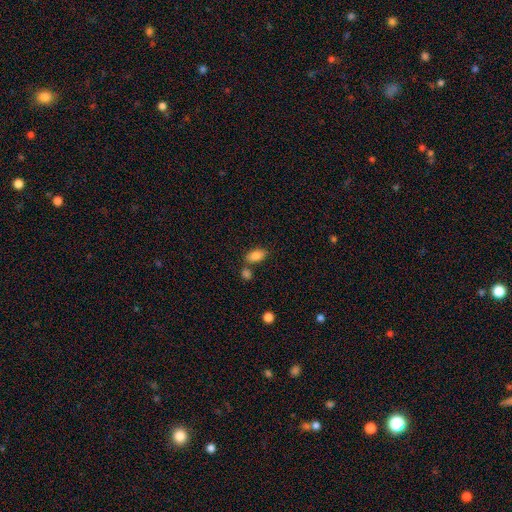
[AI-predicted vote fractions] The model was most divided on "merging": none: 67%, merger: 17%, minor disturbance: 12%, major disturbance: 4%. More confident: how rounded — in between (91%); smooth or featured — smooth (86%).